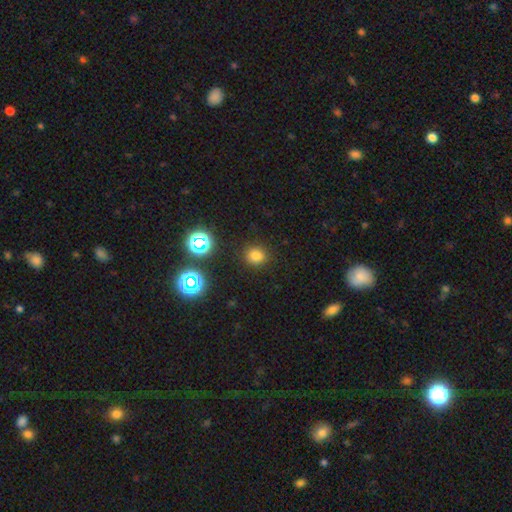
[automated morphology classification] smooth 75%, star or artifact 19%, featured or disk 6%. Down the decision tree: how rounded — round (82%); merging — none (88%).